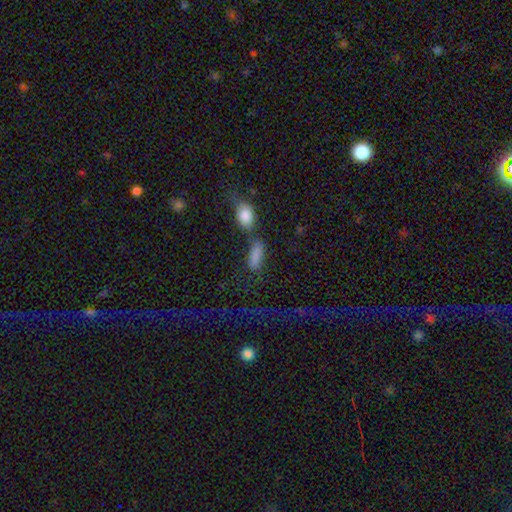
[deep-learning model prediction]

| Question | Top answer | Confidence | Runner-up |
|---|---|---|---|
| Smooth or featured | smooth | 80% | star or artifact (12%) |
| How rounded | in between | 67% | cigar-shaped (27%) |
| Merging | none | 45% | merger (29%) |